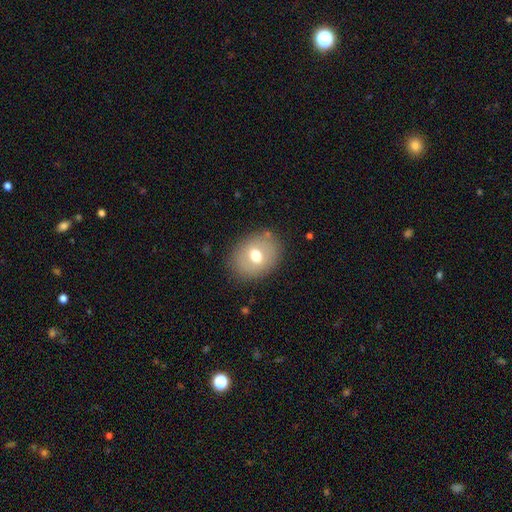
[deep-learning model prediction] Smooth or featured? smooth (65%)
How rounded? in between (53%)
Merging? none (83%)